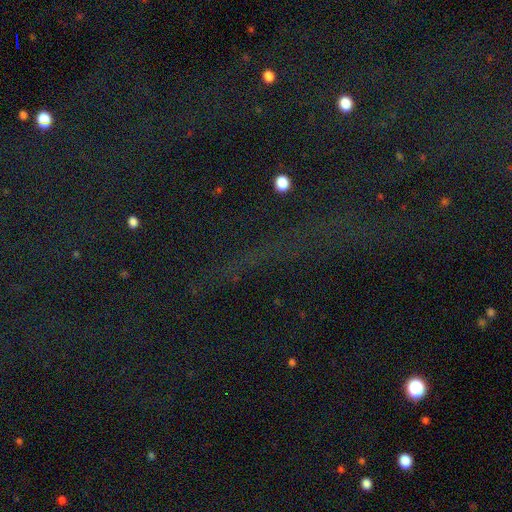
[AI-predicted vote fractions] A star or artifact, not a galaxy (80%).

Vote fractions:
- Smooth or featured? star or artifact: 80% / smooth: 10% / featured or disk: 10%